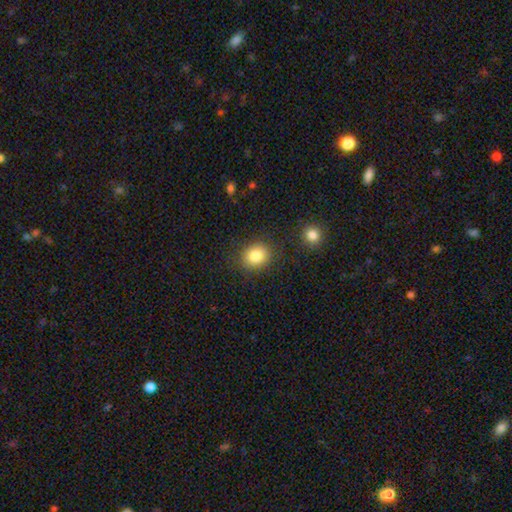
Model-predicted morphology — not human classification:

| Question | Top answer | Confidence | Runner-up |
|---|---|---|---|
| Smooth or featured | smooth | 85% | star or artifact (10%) |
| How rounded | round | 64% | in between (35%) |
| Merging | none | 83% | minor disturbance (10%) |